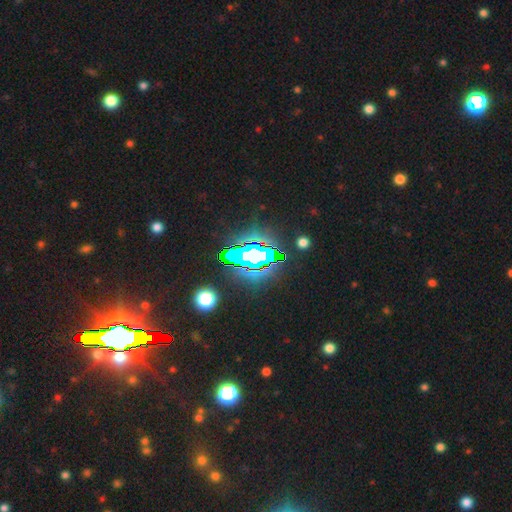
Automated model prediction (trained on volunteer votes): Smooth or featured?
  - star or artifact: 69% *
  - smooth: 17%
  - featured or disk: 15%